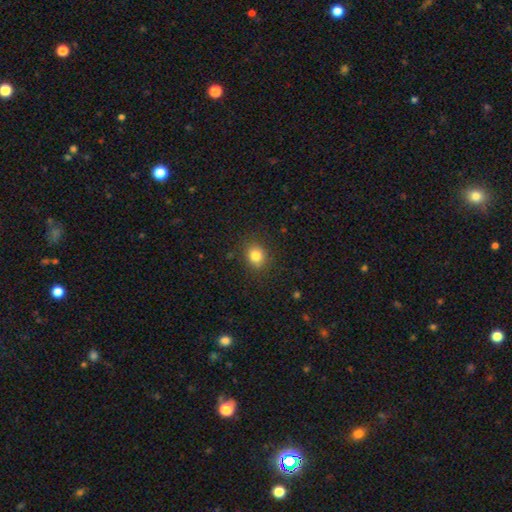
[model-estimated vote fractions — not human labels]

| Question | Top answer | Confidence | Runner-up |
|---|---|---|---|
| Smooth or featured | smooth | 82% | star or artifact (12%) |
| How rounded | round | 67% | in between (32%) |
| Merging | none | 87% | minor disturbance (9%) |